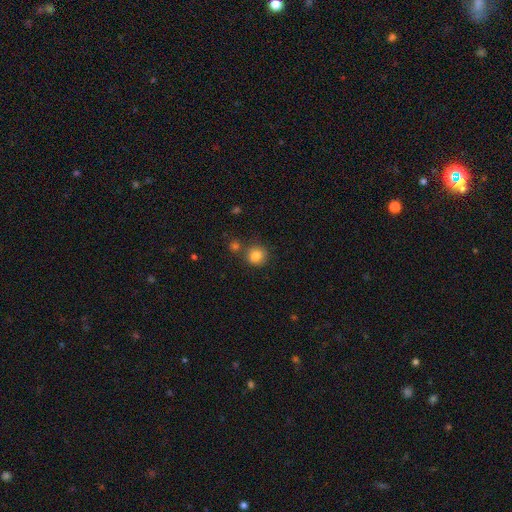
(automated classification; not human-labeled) The model was most divided on "merging": none: 67%, merger: 15%, minor disturbance: 14%, major disturbance: 4%. More confident: smooth or featured — smooth (83%); how rounded — round (79%).